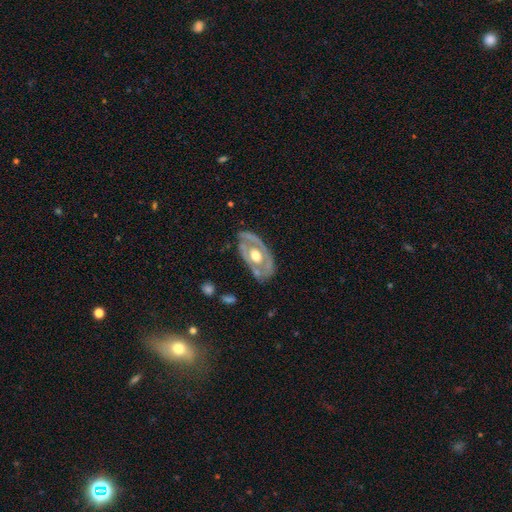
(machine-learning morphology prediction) Smooth or featured? Predicted: featured or disk (p=0.69). Edge-on disk? Predicted: no (p=0.89). Bar? Predicted: no (p=0.84). Spiral arms? Predicted: no (p=0.72). Bulge size? Predicted: moderate (p=0.62). Merging? Predicted: none (p=0.70).